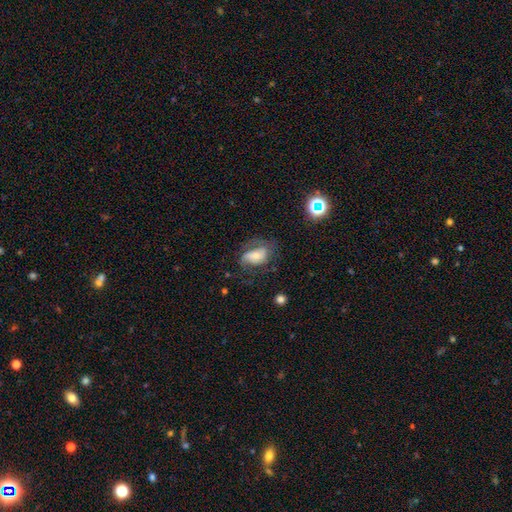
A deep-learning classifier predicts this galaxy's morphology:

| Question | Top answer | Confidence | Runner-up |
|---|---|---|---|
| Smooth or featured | featured or disk | 53% | smooth (38%) |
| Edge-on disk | no | 95% | yes (5%) |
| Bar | no | 51% | weak (32%) |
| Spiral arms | yes | 80% | no (20%) |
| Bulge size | small | 48% | moderate (35%) |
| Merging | none | 49% | major disturbance (24%) |